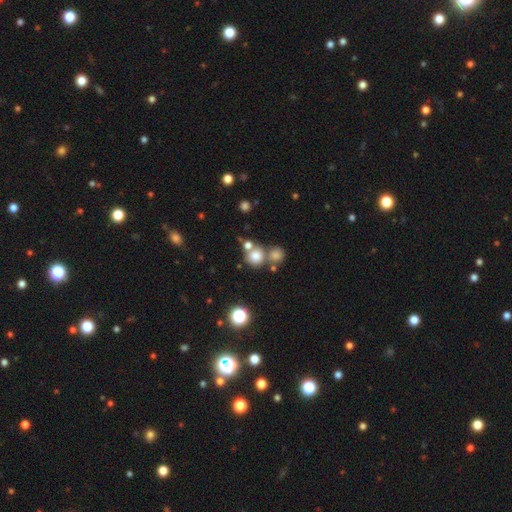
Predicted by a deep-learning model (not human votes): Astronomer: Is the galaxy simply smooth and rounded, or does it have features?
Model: smooth — 76%.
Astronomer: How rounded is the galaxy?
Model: round — 87%.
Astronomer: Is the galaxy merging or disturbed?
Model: none — 55% (runner-up: merger, 31%).